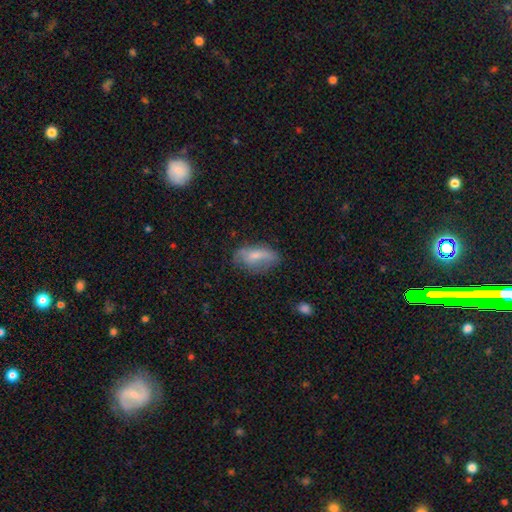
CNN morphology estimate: Q: Smooth or featured?
A: smooth (60%); runner-up: featured or disk (32%)
Q: How rounded?
A: in between (86%); runner-up: cigar-shaped (9%)
Q: Merging?
A: none (55%); runner-up: minor disturbance (30%)